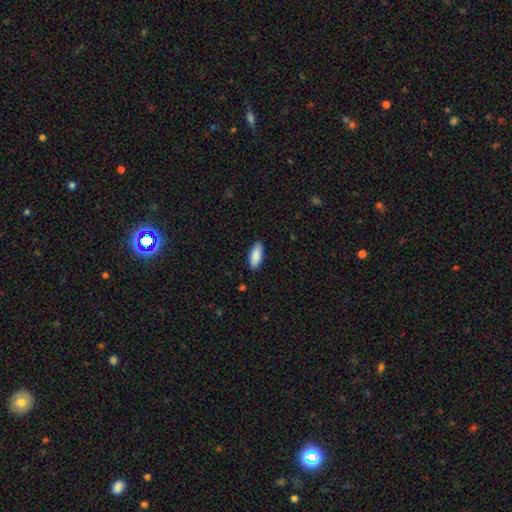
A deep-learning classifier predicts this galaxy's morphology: The model was most divided on "how rounded": in between: 75%, cigar-shaped: 23%, round: 2%. More confident: smooth or featured — smooth (89%); merging — none (88%).